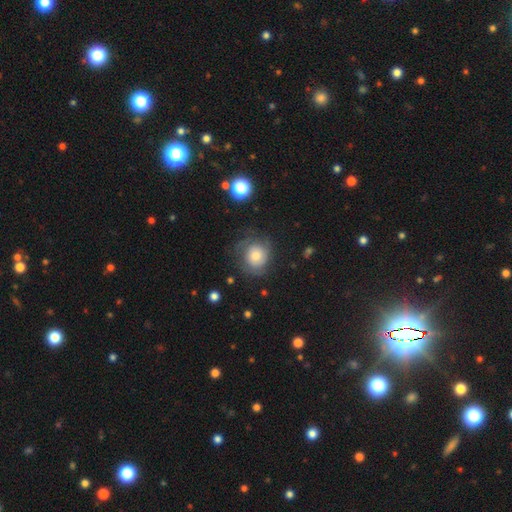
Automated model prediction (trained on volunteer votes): Smooth or featured: featured or disk — 47% (smooth — 43%)
Merging: none — 60% (minor disturbance — 21%)